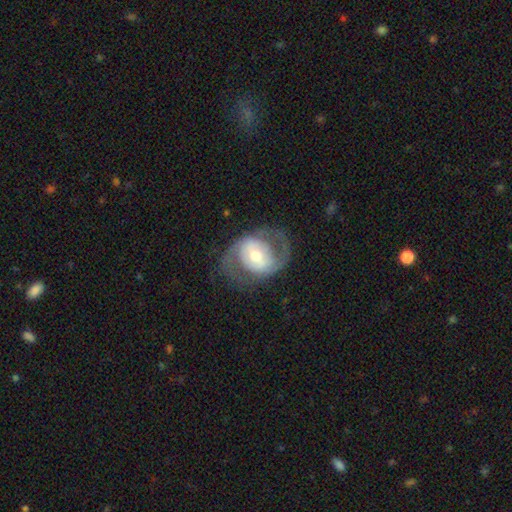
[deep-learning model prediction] Overall: featured or disk (76%). Edge-on disk: no (96%). Bar: no (44%; weak 36%). Spiral arms: yes (79%). Spiral arm count: 2 (87%). Spiral winding: medium (50%; loose 27%). Bulge size: moderate (64%; small 24%). Merging: none (69%).